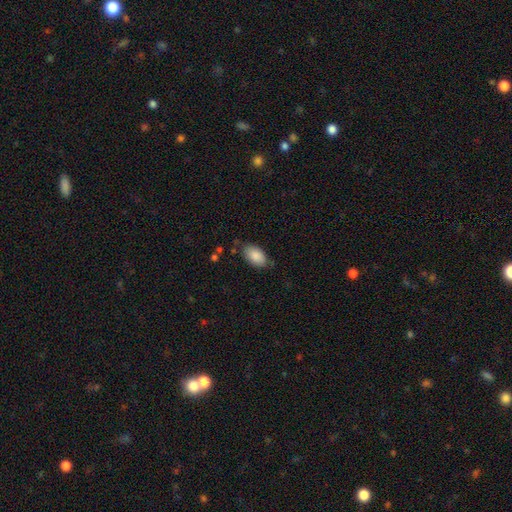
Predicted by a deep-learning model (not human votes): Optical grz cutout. It shows a smooth galaxy with no disk features (88%) that is in between round and cigar-shaped (94%). Merging: none (76%).